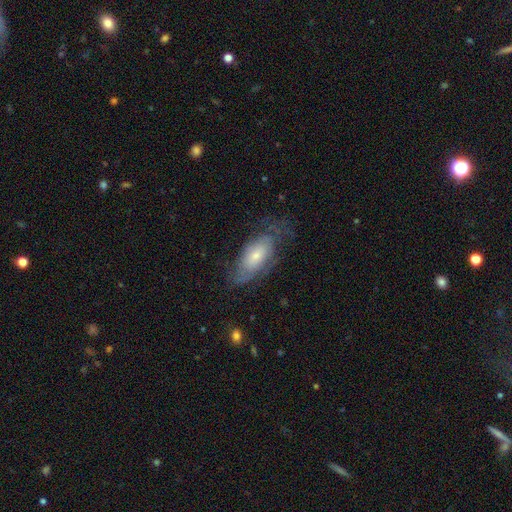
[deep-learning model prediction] Q: Smooth or featured?
A: featured or disk (56%); runner-up: smooth (37%)
Q: Edge-on disk?
A: no (88%); runner-up: yes (12%)
Q: Merging?
A: none (58%); runner-up: minor disturbance (24%)